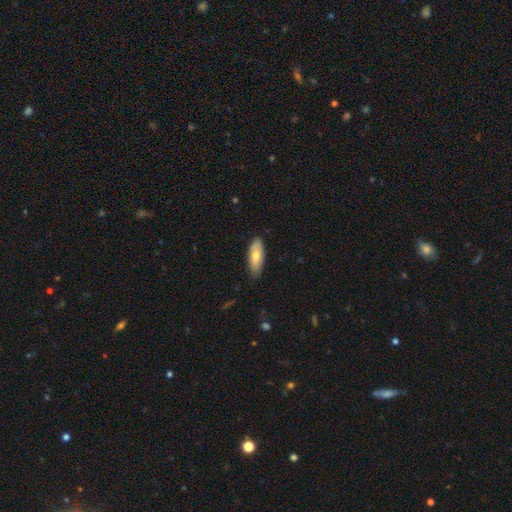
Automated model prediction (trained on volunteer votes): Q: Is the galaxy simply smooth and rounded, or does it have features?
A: smooth — 67%.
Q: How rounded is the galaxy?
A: in between — 71%.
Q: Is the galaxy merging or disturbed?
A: none — 82%.